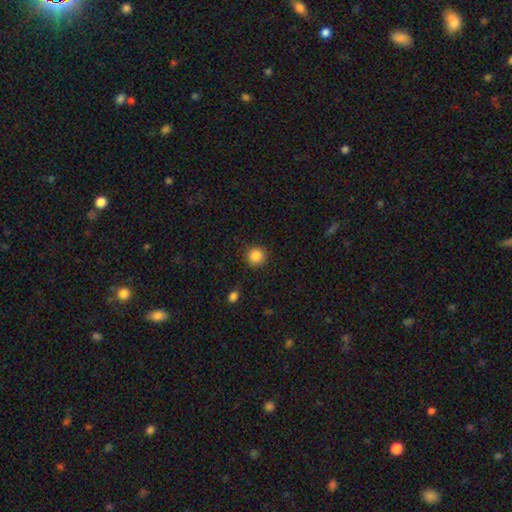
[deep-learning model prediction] smooth_or_featured: smooth (p=0.86) [alt: star or artifact p=0.10]
how_rounded: round (p=0.94) [alt: in between p=0.05]
merging: none (p=0.90) [alt: minor disturbance p=0.07]